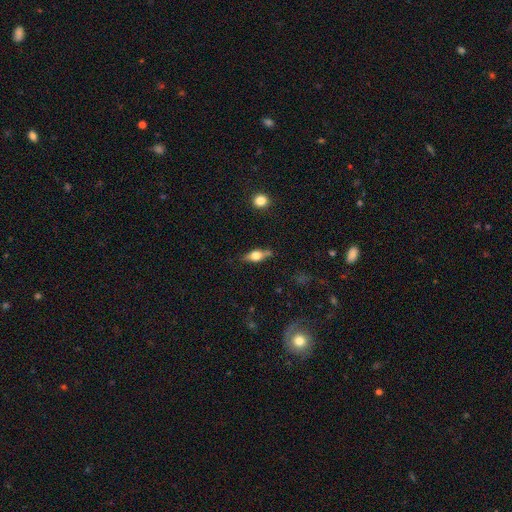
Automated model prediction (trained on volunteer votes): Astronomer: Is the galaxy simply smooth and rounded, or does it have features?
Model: smooth — 49% (runner-up: featured or disk, 43%).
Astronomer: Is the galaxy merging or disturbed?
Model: none — 73%.